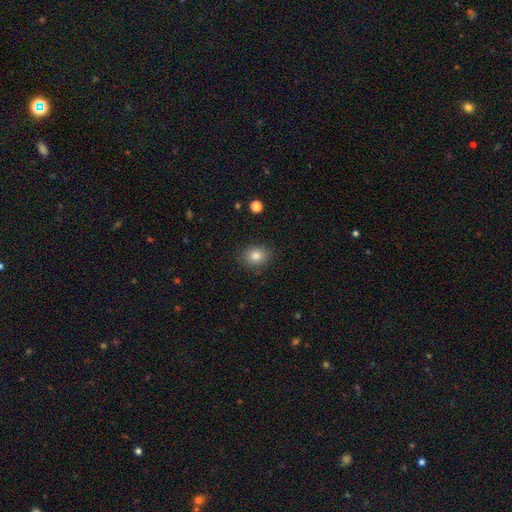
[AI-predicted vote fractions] Overall: smooth (84%). How rounded: round (52%; in between 47%). Merging: none (85%).